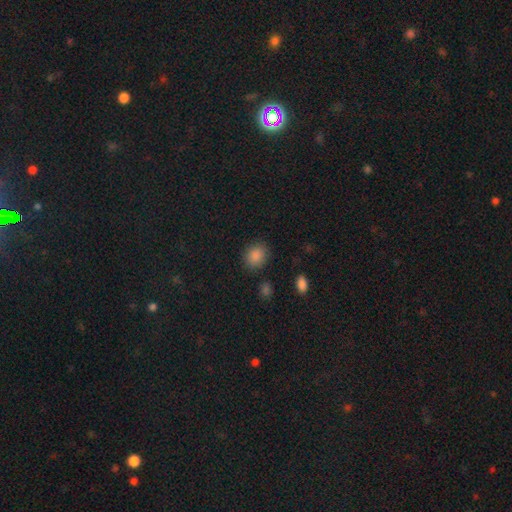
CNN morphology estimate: Overall: smooth (87%). How rounded: round (59%; in between 40%). Merging: none (85%).